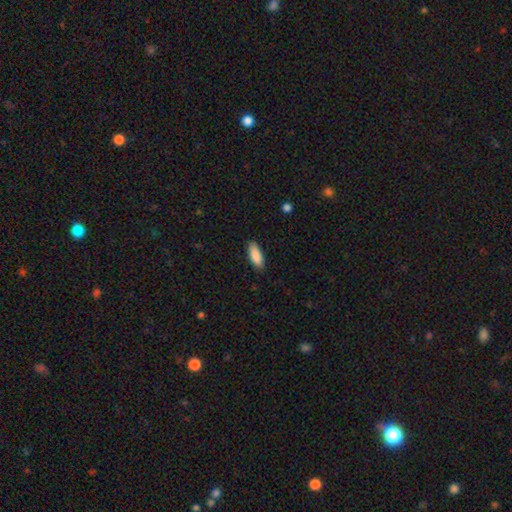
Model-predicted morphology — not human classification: This is clearly a smooth galaxy (89%). How rounded: likely in between (74%). Merging: clearly none (87%).